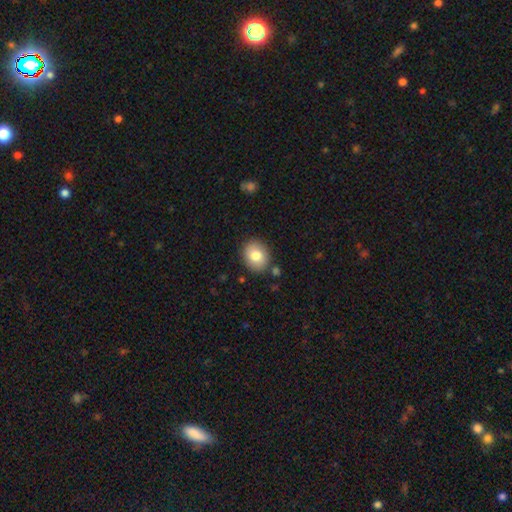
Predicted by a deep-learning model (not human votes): A smooth galaxy with no disk features (79%) that is round (59%). Merging: none (85%).